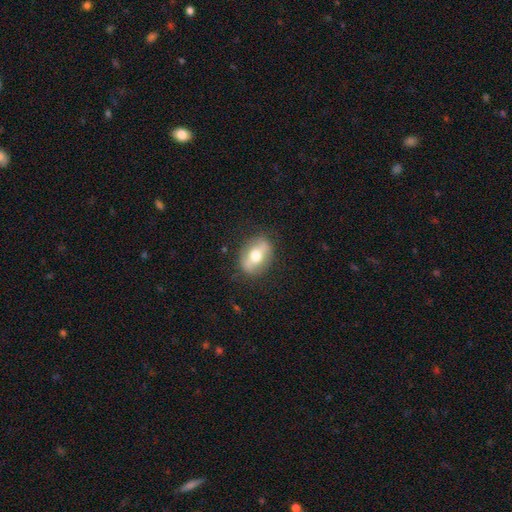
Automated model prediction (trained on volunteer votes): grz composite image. It shows a featured or disk galaxy (49%). Merging: none (81%).